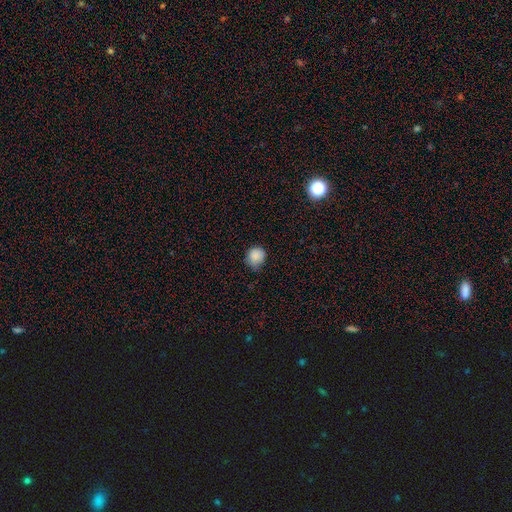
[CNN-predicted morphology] This is clearly a smooth galaxy (87%). How rounded: clearly round (86%). Merging: likely none (64%).